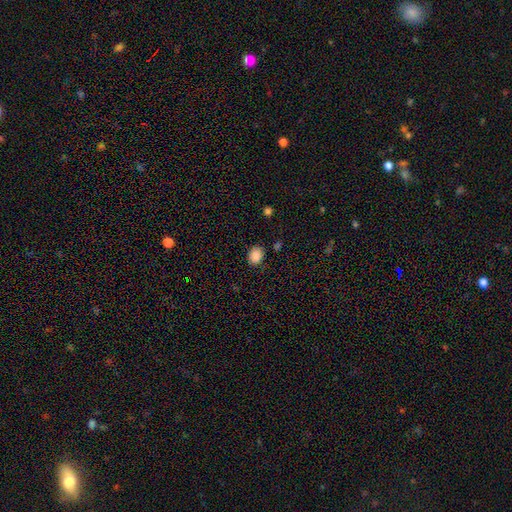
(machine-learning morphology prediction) The model was most divided on "how rounded": in between: 56%, round: 43%, cigar-shaped: 1%. More confident: smooth or featured — smooth (87%); merging — none (82%).